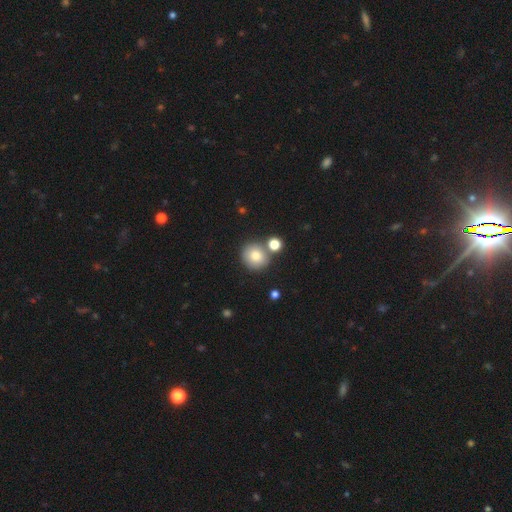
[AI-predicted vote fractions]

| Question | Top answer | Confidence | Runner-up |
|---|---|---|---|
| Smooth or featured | smooth | 81% | star or artifact (10%) |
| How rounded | round | 89% | in between (10%) |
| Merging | none | 69% | merger (19%) |